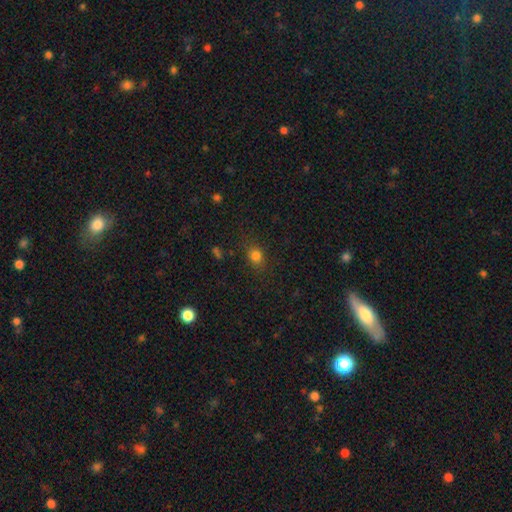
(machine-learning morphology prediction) A smooth galaxy with no disk features (79%) that is round (57%).

Vote fractions:
- Smooth or featured? smooth: 79% / star or artifact: 14% / featured or disk: 6%
- How rounded? round: 57% / in between: 41% / cigar-shaped: 1%
- Merging? none: 82% / minor disturbance: 12% / major disturbance: 4% / merger: 2%